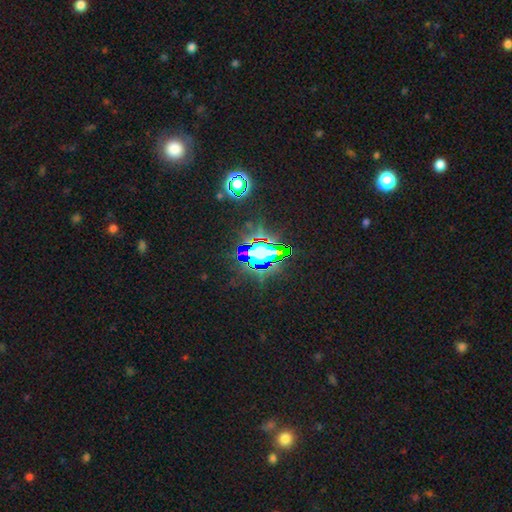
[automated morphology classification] type=star or artifact (76%).